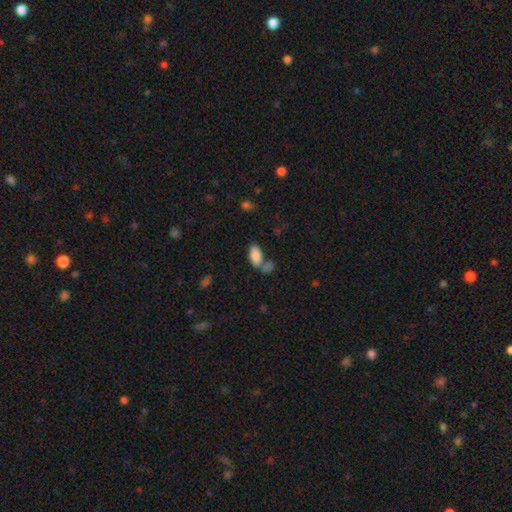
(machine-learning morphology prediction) smooth-or-featured: smooth: 86% | star or artifact: 8% | featured or disk: 6%
  how-rounded: in between: 93% | cigar-shaped: 4% | round: 3%
  merging: none: 50% | merger: 33% | minor disturbance: 12% | major disturbance: 5%